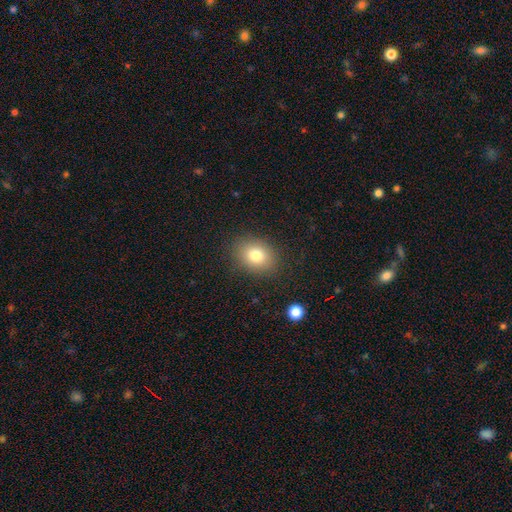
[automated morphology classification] smooth 79%, star or artifact 11%, featured or disk 9%. Down the decision tree: how rounded — in between (55%); merging — none (87%).